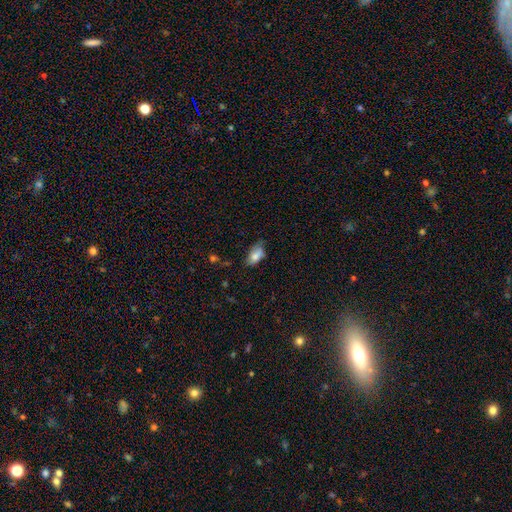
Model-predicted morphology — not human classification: Smooth or featured: smooth — 76% (featured or disk — 16%)
How rounded: in between — 91% (round — 5%)
Merging: none — 52% (minor disturbance — 35%)